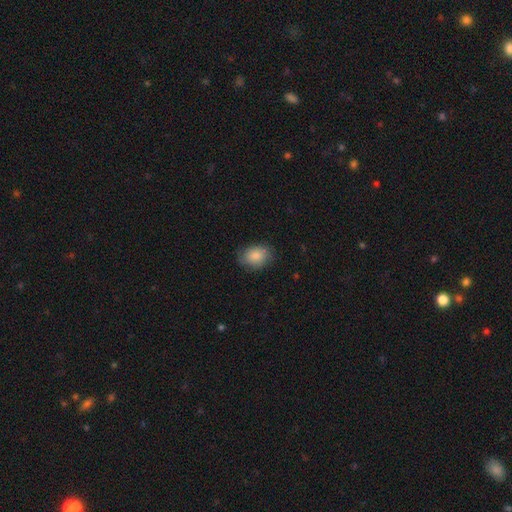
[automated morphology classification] Smooth or featured?
  - smooth: 85% *
  - featured or disk: 8%
  - star or artifact: 7%
How rounded?
  - in between: 66% *
  - round: 33%
  - cigar-shaped: 1%
Merging?
  - none: 77% *
  - minor disturbance: 18%
  - major disturbance: 4%
  - merger: 1%